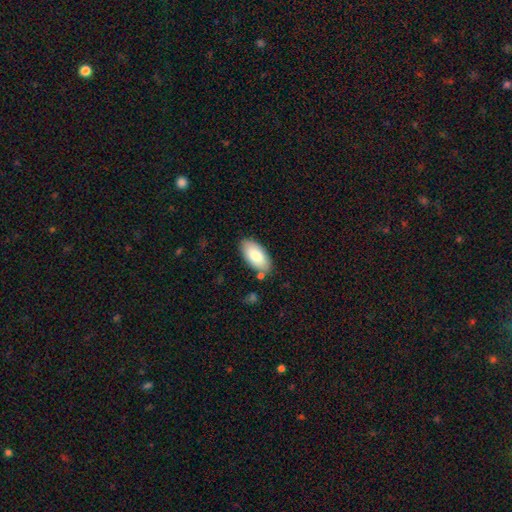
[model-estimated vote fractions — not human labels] Smooth or featured?
  - smooth: 80% *
  - featured or disk: 14%
  - star or artifact: 6%
How rounded?
  - in between: 94% *
  - cigar-shaped: 4%
  - round: 2%
Merging?
  - none: 81% *
  - minor disturbance: 13%
  - merger: 4%
  - major disturbance: 3%